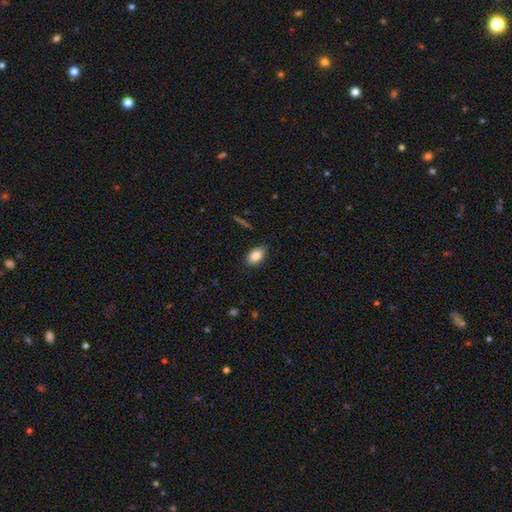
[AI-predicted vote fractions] Overall: smooth (84%). How rounded: in between (89%). Merging: none (84%).